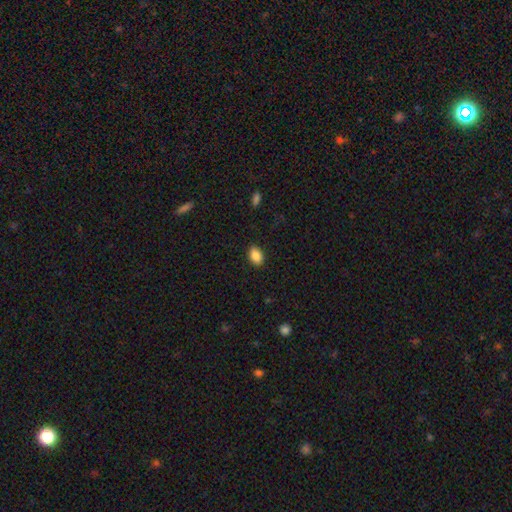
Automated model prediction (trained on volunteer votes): Smooth or featured?
  - smooth: 87% *
  - star or artifact: 8%
  - featured or disk: 4%
How rounded?
  - in between: 84% *
  - round: 14%
  - cigar-shaped: 1%
Merging?
  - none: 88% *
  - minor disturbance: 9%
  - major disturbance: 2%
  - merger: 1%